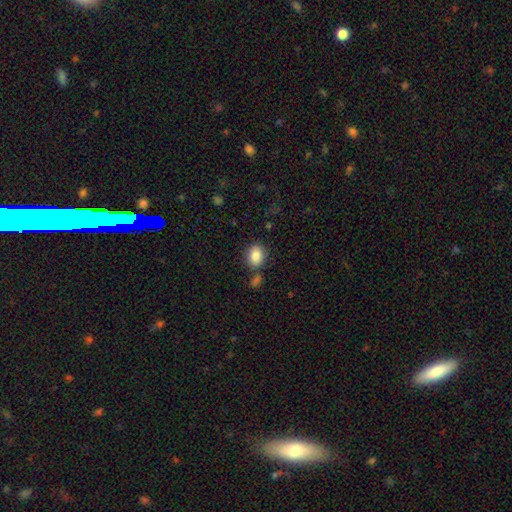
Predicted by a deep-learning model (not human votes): A smooth galaxy with no disk features (85%) that is round (50%).

Vote fractions:
- Smooth or featured? smooth: 85% / star or artifact: 9% / featured or disk: 6%
- How rounded? round: 50% / in between: 49% / cigar-shaped: 1%
- Merging? none: 74% / minor disturbance: 12% / merger: 10% / major disturbance: 4%